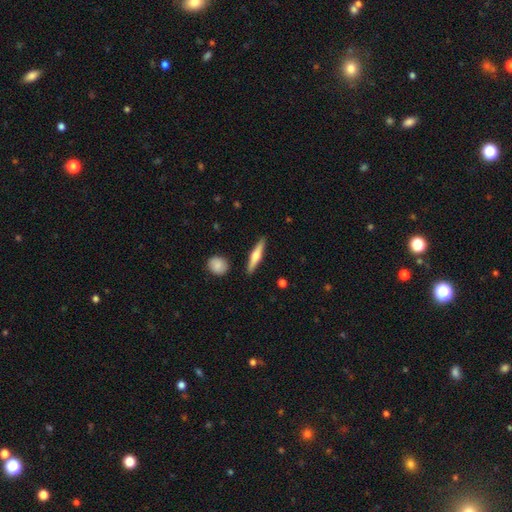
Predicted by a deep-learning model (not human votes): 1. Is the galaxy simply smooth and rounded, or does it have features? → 53% featured or disk, 42% smooth, 5% star or artifact.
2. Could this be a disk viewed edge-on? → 96% yes, 4% no.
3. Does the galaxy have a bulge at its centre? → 89% rounded, 6% none, 6% boxy.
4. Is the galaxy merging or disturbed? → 89% none, 7% minor disturbance, 2% merger, 2% major disturbance.